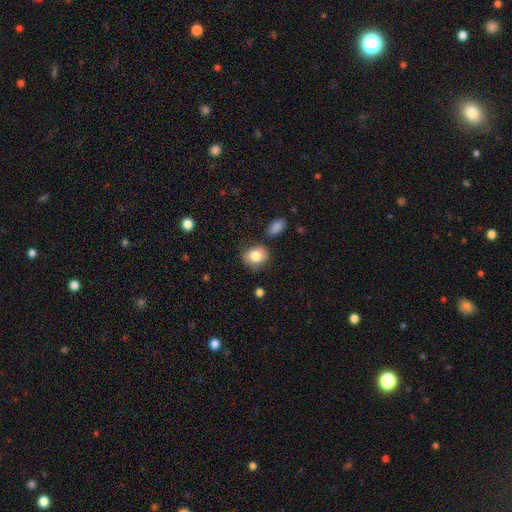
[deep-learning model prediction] Smooth or featured: smooth — 83% (featured or disk — 9%)
How rounded: round — 57% (in between — 42%)
Merging: none — 71% (minor disturbance — 19%)